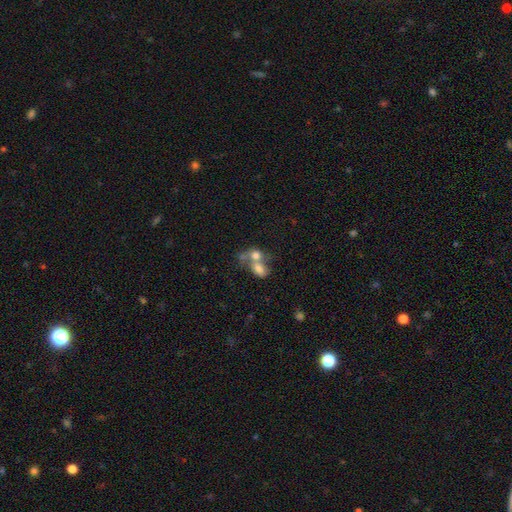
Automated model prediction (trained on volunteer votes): A smooth galaxy with no disk features (70%) that is in between round and cigar-shaped (55%). Merging: merger (72%).